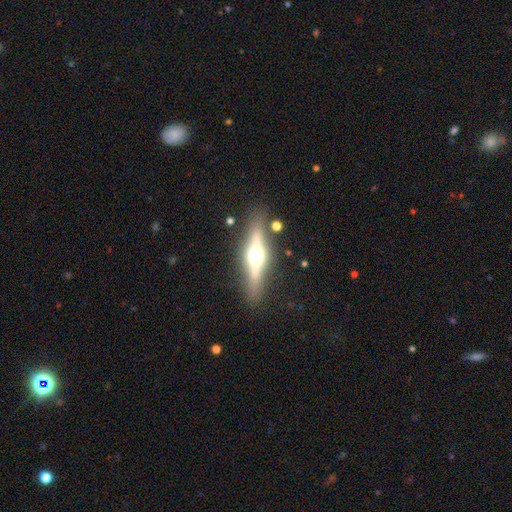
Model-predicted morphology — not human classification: Smooth or featured? Predicted: featured or disk (p=0.69). Edge-on disk? Predicted: yes (p=0.93). Edge-on bulge? Predicted: rounded (p=0.95). Merging? Predicted: none (p=0.83).